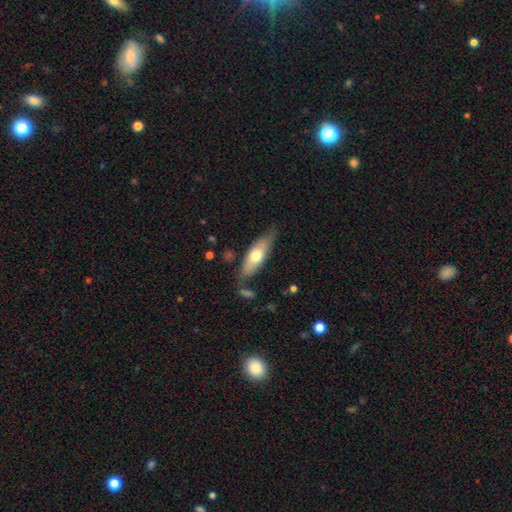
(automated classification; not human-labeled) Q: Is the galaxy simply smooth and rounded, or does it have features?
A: smooth — 60%.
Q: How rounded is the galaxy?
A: in between — 53%.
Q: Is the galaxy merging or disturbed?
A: none — 71%.